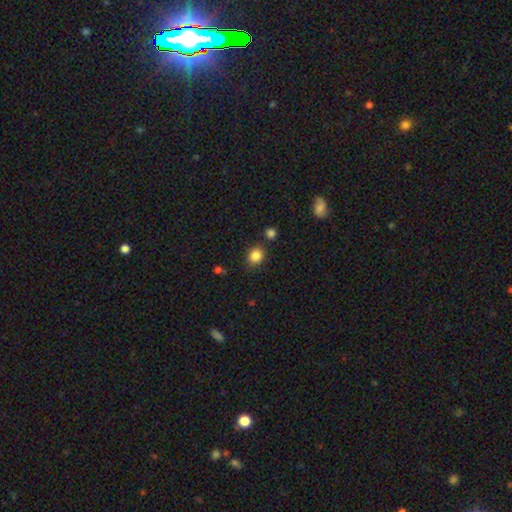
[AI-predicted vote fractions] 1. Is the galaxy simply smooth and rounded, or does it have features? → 85% smooth, 11% star or artifact, 4% featured or disk.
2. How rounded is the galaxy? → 70% round, 29% in between, 1% cigar-shaped.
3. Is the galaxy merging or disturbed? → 81% none, 11% minor disturbance, 5% merger, 3% major disturbance.